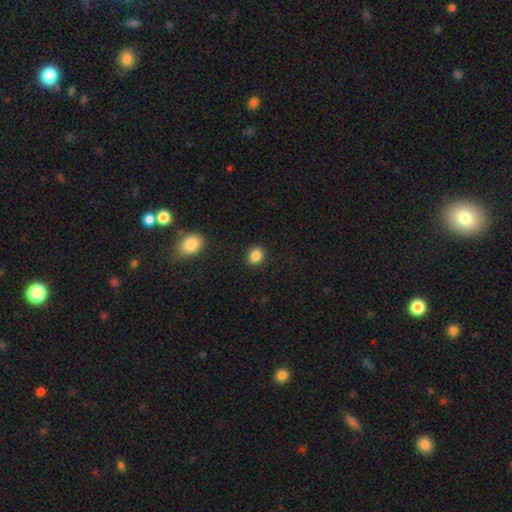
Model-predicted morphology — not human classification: Smooth or featured: smooth — 87% (star or artifact — 9%)
How rounded: round — 61% (in between — 38%)
Merging: none — 90% (minor disturbance — 7%)